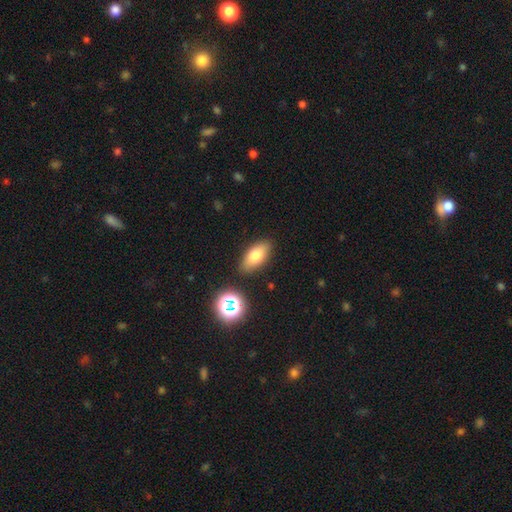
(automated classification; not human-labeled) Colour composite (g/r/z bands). It shows a smooth galaxy with no disk features (75%) that is in between round and cigar-shaped (84%). Merging: none (84%).